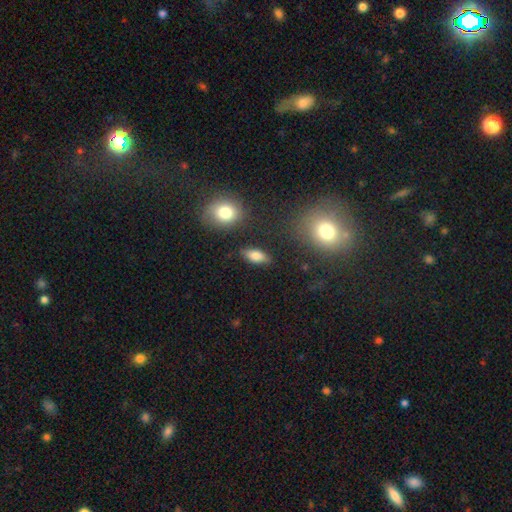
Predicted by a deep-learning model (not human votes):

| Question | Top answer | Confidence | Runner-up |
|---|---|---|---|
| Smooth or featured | smooth | 78% | featured or disk (13%) |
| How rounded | in between | 81% | cigar-shaped (15%) |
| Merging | none | 85% | minor disturbance (10%) |